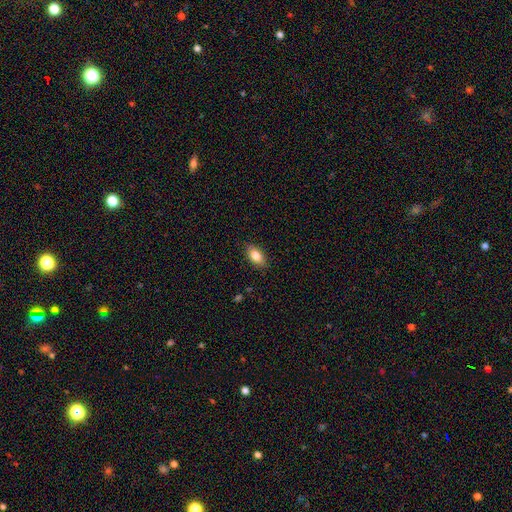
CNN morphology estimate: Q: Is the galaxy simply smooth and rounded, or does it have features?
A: smooth — 84%.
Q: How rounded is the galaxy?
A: in between — 90%.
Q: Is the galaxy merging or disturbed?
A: none — 87%.